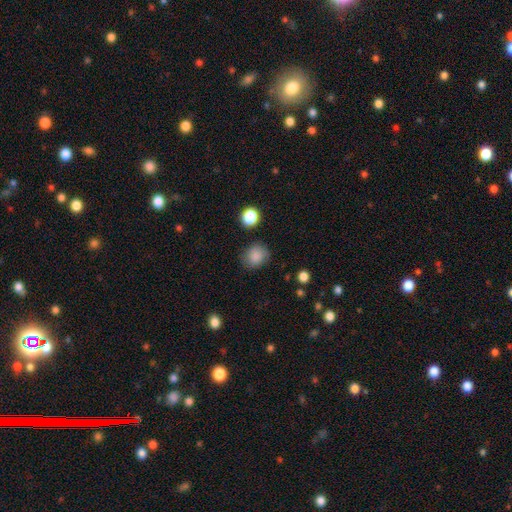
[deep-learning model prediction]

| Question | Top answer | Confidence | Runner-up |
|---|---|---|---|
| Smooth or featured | smooth | 85% | star or artifact (10%) |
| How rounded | round | 71% | in between (28%) |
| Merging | none | 78% | minor disturbance (15%) |